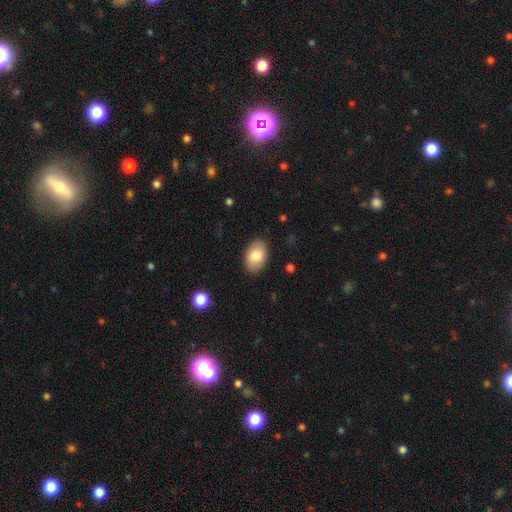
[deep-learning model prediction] Smooth or featured?
  - smooth: 82% *
  - featured or disk: 11%
  - star or artifact: 6%
How rounded?
  - in between: 89% *
  - round: 10%
  - cigar-shaped: 1%
Merging?
  - none: 88% *
  - minor disturbance: 9%
  - major disturbance: 2%
  - merger: 1%